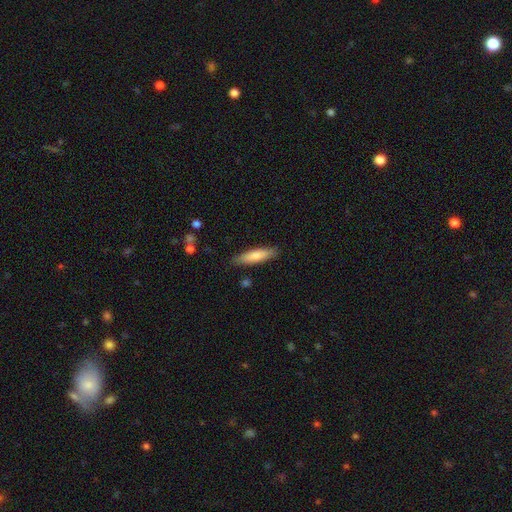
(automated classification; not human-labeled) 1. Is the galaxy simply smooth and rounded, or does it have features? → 76% smooth, 18% featured or disk, 6% star or artifact.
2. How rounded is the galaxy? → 75% cigar-shaped, 24% in between, 1% round.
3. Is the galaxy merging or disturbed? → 86% none, 11% minor disturbance, 2% major disturbance, 2% merger.